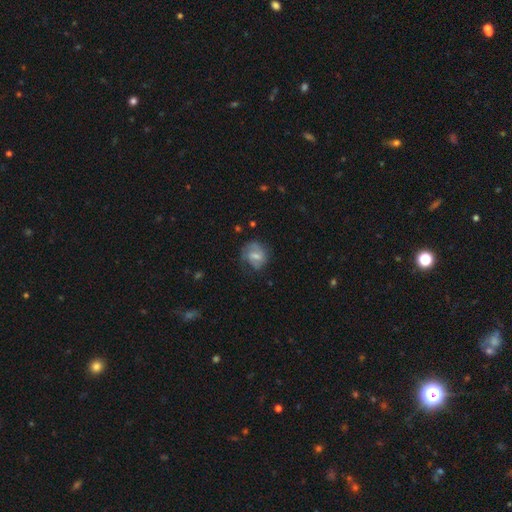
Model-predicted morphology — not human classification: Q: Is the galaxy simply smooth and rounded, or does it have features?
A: featured or disk — 53%.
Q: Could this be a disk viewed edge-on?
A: no — 97%.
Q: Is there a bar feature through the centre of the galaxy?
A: weak — 52%.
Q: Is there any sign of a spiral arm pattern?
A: yes — 77%.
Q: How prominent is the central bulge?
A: moderate — 44%.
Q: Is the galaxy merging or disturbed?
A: none — 57%.